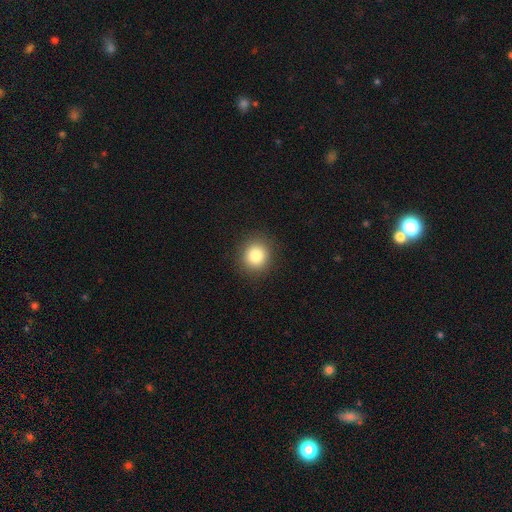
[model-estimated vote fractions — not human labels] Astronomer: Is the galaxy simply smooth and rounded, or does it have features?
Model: smooth — 83%.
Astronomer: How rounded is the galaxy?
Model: round — 88%.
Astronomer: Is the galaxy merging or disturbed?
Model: none — 91%.